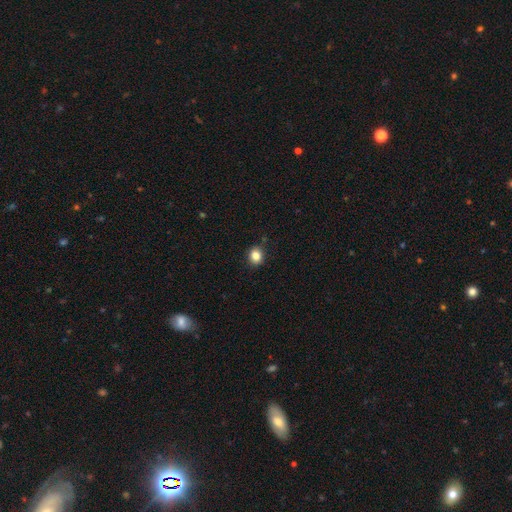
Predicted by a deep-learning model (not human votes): The model was most divided on "how rounded": round: 68%, in between: 31%, cigar-shaped: 1%. More confident: merging — none (88%); smooth or featured — smooth (84%).